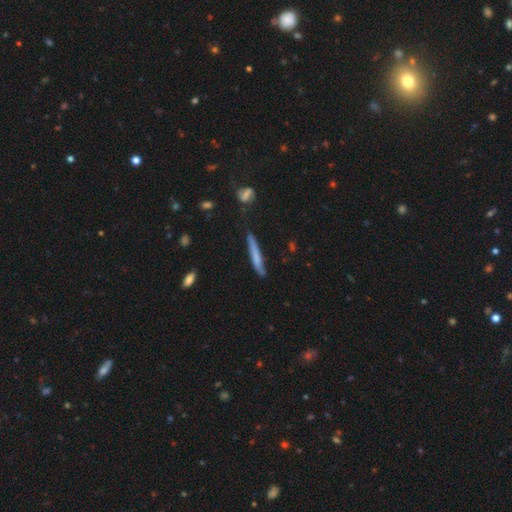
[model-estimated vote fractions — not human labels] Smooth or featured?
  - smooth: 62% *
  - featured or disk: 32%
  - star or artifact: 7%
How rounded?
  - cigar-shaped: 94% *
  - in between: 4%
  - round: 2%
Merging?
  - none: 73% *
  - minor disturbance: 20%
  - major disturbance: 4%
  - merger: 3%